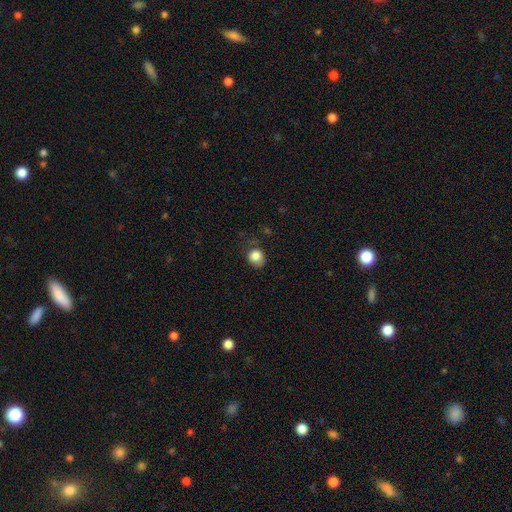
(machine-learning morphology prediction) smooth 83%, star or artifact 10%, featured or disk 7%. Down the decision tree: how rounded — round (72%); merging — none (63%).